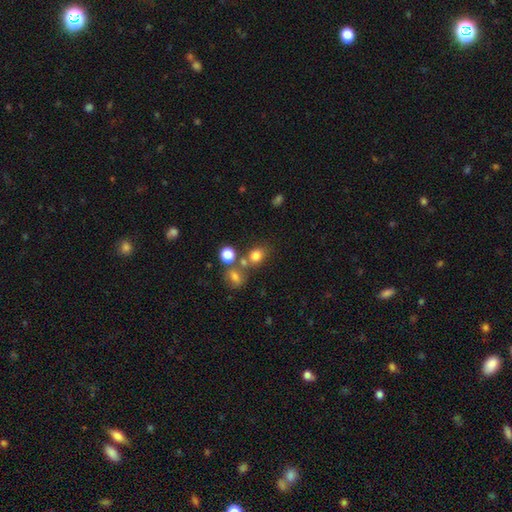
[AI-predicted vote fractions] Smooth or featured? Predicted: smooth (p=0.76). How rounded? Predicted: round (p=0.59). Merging? Predicted: none (p=0.59).